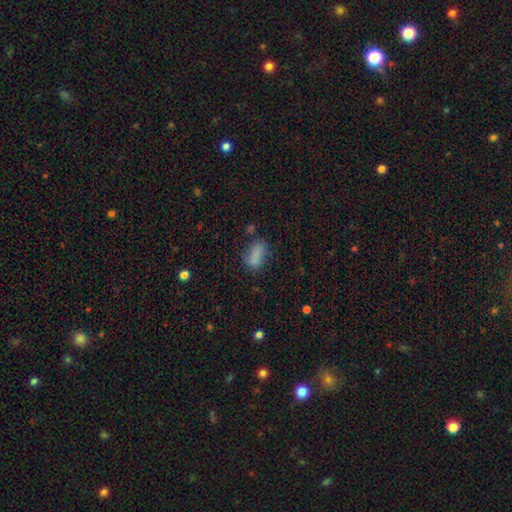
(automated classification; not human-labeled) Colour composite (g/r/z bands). It shows a smooth galaxy with no disk features (80%) that is in between round and cigar-shaped (86%). Merging: none (64%).